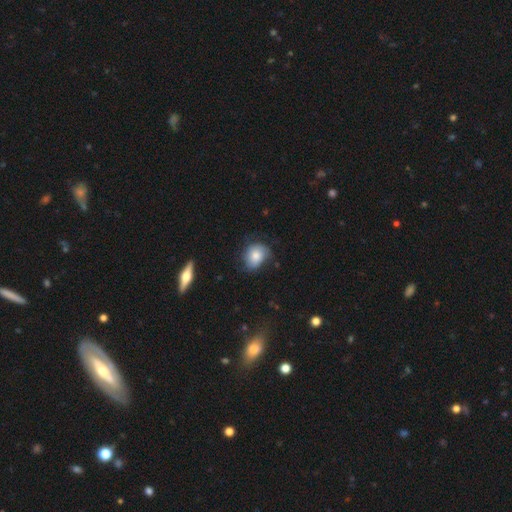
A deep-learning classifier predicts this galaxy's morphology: type=smooth (72%); roundness=round (53%); merging=none (54%).